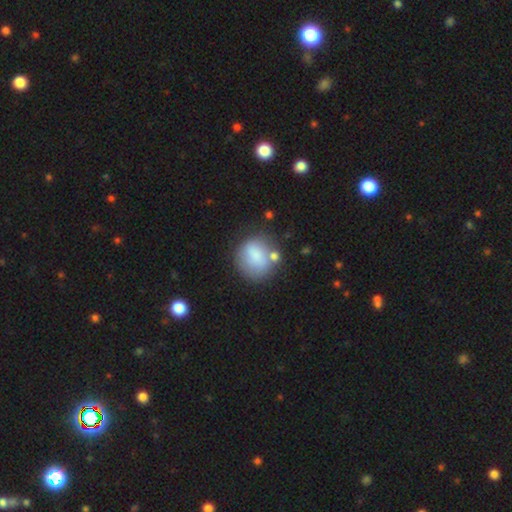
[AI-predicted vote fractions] Morphology: type=smooth (74%); roundness=round (76%); merging=none (52%).